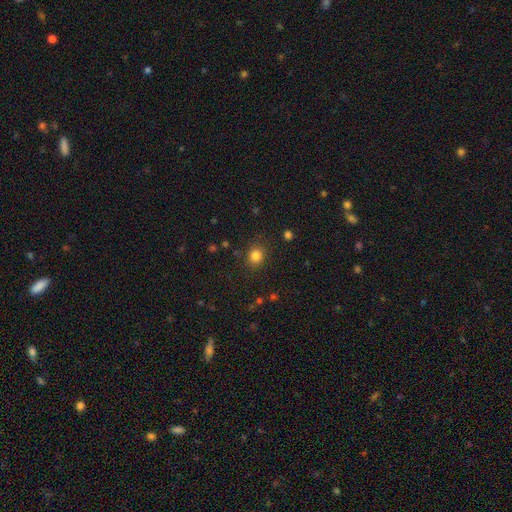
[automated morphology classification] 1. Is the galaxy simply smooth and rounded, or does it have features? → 82% smooth, 13% star or artifact, 5% featured or disk.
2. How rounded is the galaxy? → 76% round, 23% in between, 1% cigar-shaped.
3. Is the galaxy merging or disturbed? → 86% none, 9% minor disturbance, 3% major disturbance, 2% merger.